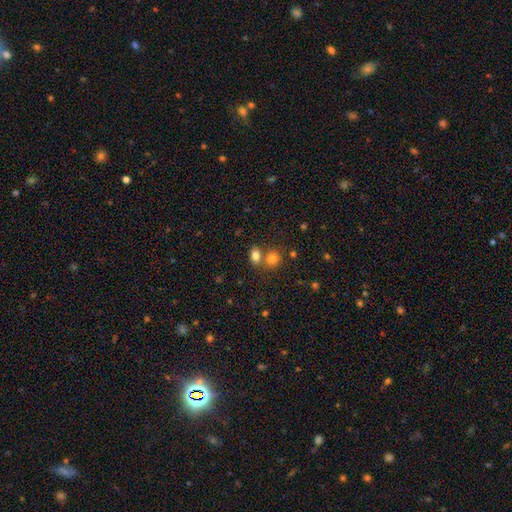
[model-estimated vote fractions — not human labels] Smooth or featured? Predicted: smooth (p=0.80). How rounded? Predicted: in between (p=0.68). Merging? Predicted: none (p=0.52).